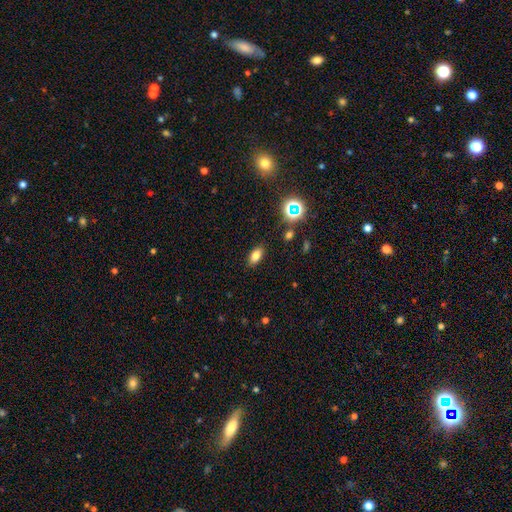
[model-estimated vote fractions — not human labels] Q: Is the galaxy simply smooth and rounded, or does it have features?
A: smooth — 76%.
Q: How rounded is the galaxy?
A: in between — 85%.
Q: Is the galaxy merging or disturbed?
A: none — 87%.